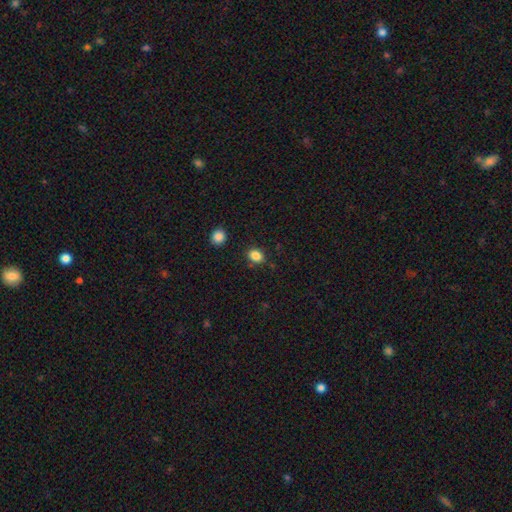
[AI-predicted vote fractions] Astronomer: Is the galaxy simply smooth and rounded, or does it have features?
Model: smooth — 85%.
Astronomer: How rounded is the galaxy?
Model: in between — 52% (runner-up: round, 47%).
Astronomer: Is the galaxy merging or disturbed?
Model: none — 83%.